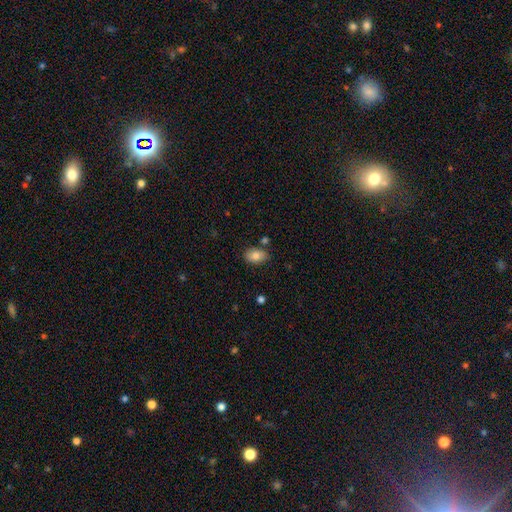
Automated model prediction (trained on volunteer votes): Smooth or featured? Predicted: smooth (p=0.81). How rounded? Predicted: in between (p=0.87). Merging? Predicted: none (p=0.80).